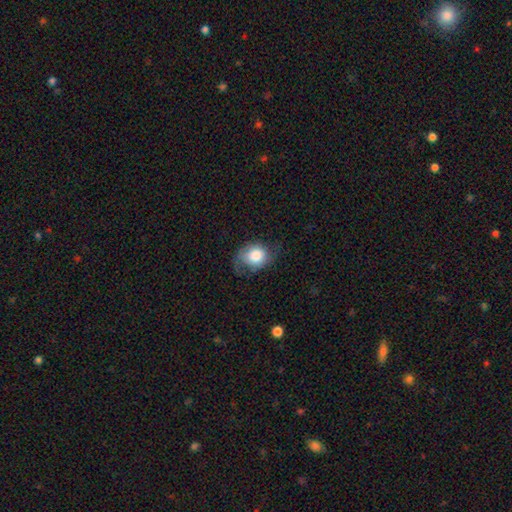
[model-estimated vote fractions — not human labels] Smooth or featured: smooth — 71% (featured or disk — 22%)
How rounded: round — 54% (in between — 45%)
Merging: none — 49% (minor disturbance — 31%)